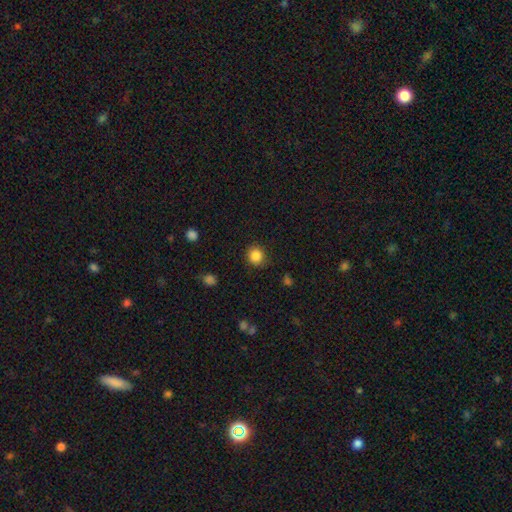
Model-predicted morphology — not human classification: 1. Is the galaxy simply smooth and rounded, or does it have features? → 85% smooth, 11% star or artifact, 4% featured or disk.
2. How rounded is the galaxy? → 90% round, 9% in between, 1% cigar-shaped.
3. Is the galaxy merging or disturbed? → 88% none, 8% minor disturbance, 3% major disturbance, 1% merger.